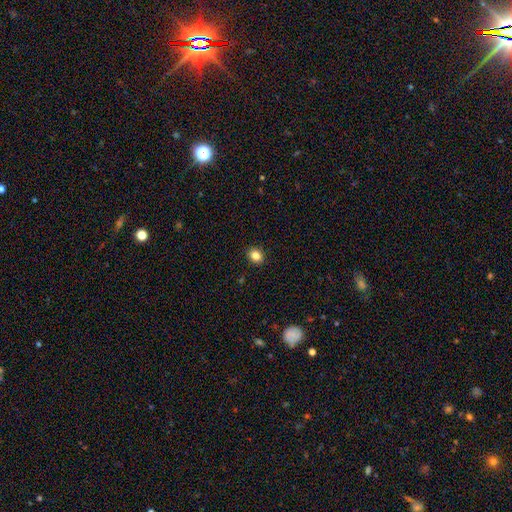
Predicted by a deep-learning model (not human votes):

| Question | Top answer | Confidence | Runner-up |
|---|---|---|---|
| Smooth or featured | smooth | 85% | star or artifact (11%) |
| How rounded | round | 54% | in between (45%) |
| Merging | none | 91% | minor disturbance (6%) |